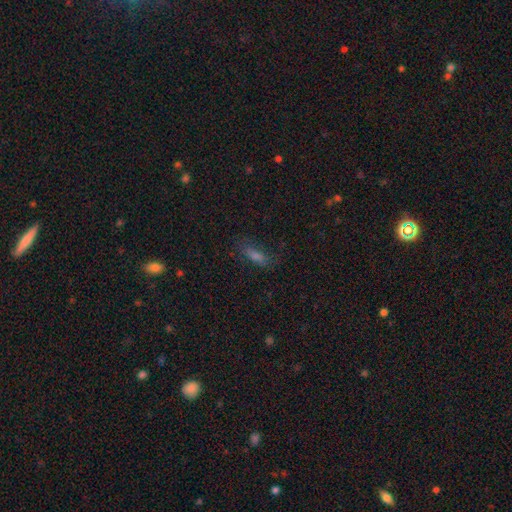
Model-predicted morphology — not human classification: A smooth galaxy with no disk features (59%) that is in between round and cigar-shaped (51%). Merging: none (71%).